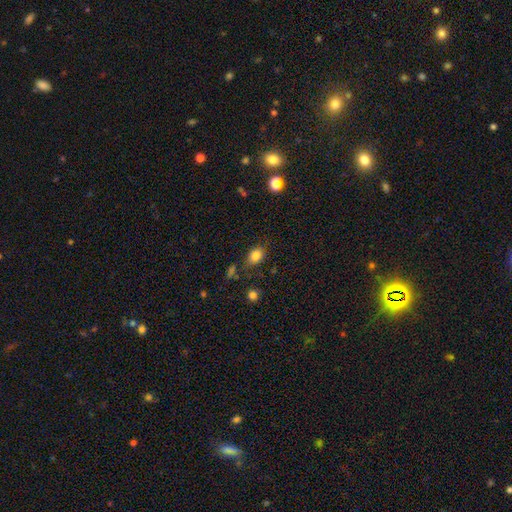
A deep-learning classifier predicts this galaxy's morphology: The model was most divided on "how rounded": in between: 69%, round: 30%, cigar-shaped: 1%. More confident: smooth or featured — smooth (84%); merging — none (73%).